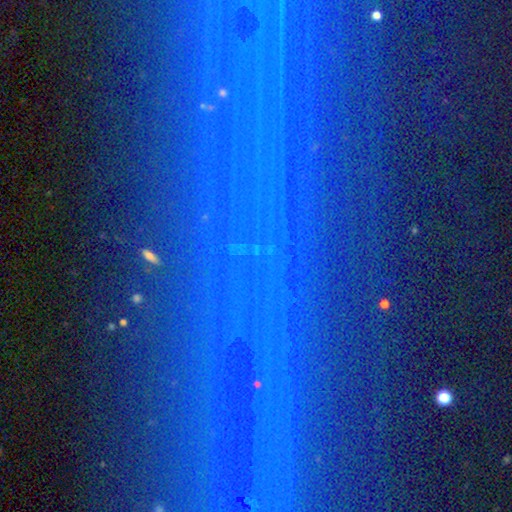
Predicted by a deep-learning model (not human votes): A star or artifact, not a galaxy (76%).

Vote fractions:
- Smooth or featured? star or artifact: 76% / featured or disk: 12% / smooth: 12%